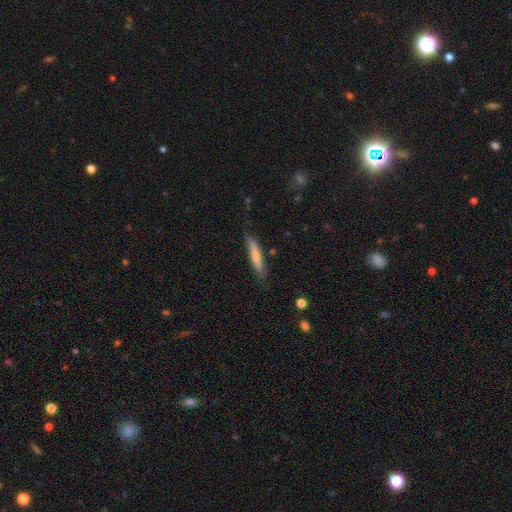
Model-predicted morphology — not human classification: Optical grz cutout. It shows a smooth galaxy with no disk features (70%) that is cigar-shaped (90%). Merging: none (78%).